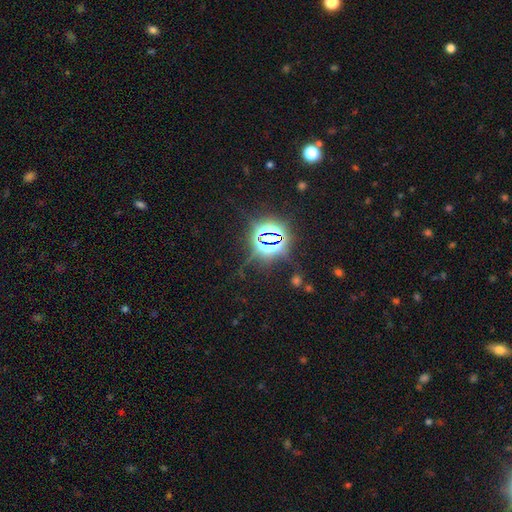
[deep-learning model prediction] Smooth or featured? Predicted: star or artifact (p=0.83).